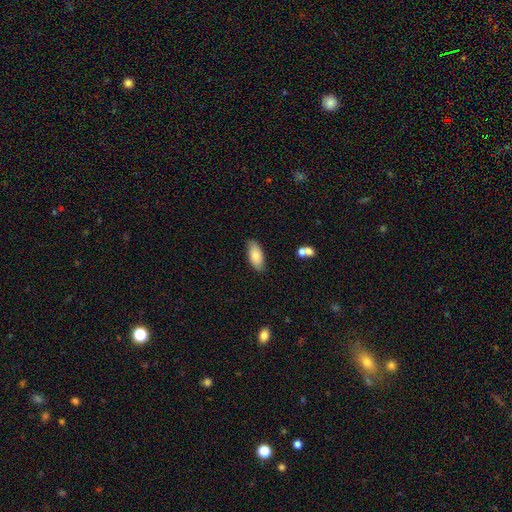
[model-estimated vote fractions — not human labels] Q: Smooth or featured?
A: smooth (81%); runner-up: featured or disk (13%)
Q: How rounded?
A: in between (89%); runner-up: cigar-shaped (9%)
Q: Merging?
A: none (80%); runner-up: minor disturbance (16%)